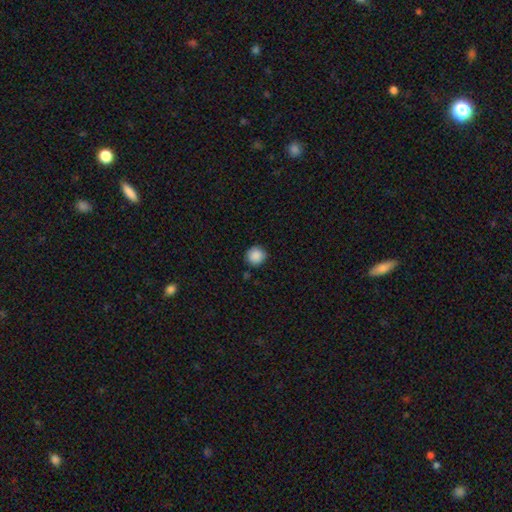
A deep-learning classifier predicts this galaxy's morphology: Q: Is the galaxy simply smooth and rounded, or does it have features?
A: smooth — 88%.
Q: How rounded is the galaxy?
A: round — 93%.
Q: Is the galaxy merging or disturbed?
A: none — 88%.